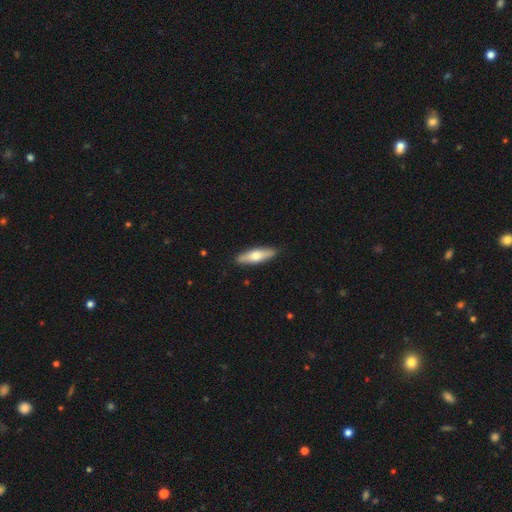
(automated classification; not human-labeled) smooth_or_featured: smooth (p=0.54) [alt: featured or disk p=0.41]
how_rounded: cigar-shaped (p=0.64) [alt: in between p=0.34]
merging: none (p=0.90) [alt: minor disturbance p=0.08]